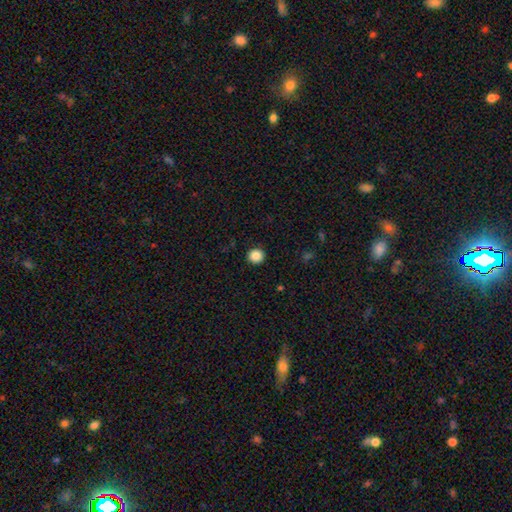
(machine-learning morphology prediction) smooth_or_featured: smooth (p=0.86) [alt: star or artifact p=0.10]
how_rounded: round (p=0.93) [alt: in between p=0.06]
merging: none (p=0.93) [alt: minor disturbance p=0.05]